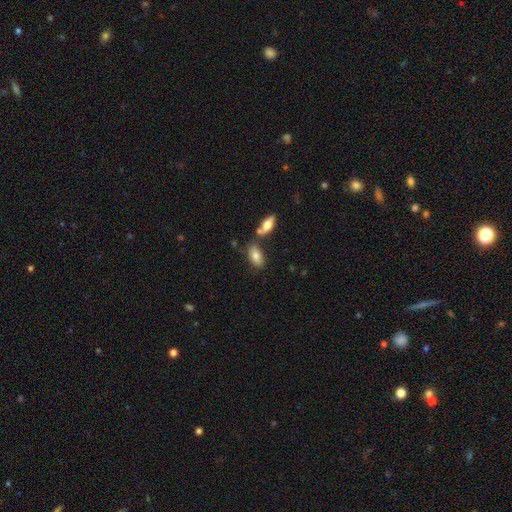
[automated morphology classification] smooth 79%, featured or disk 14%, star or artifact 7%. Down the decision tree: how rounded — in between (90%); merging — none (64%).